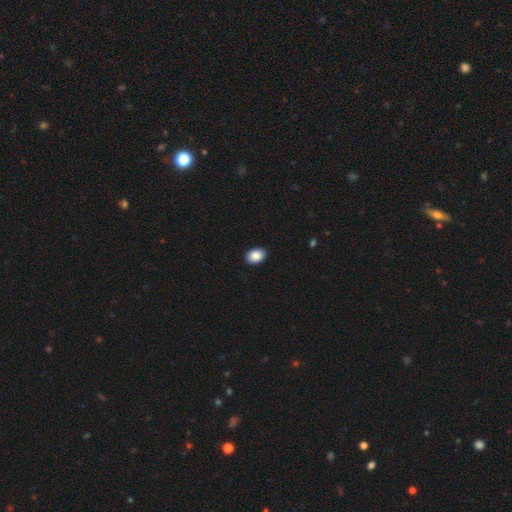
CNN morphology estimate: This is clearly a smooth galaxy (88%). How rounded: likely in between (79%). Merging: clearly none (90%).